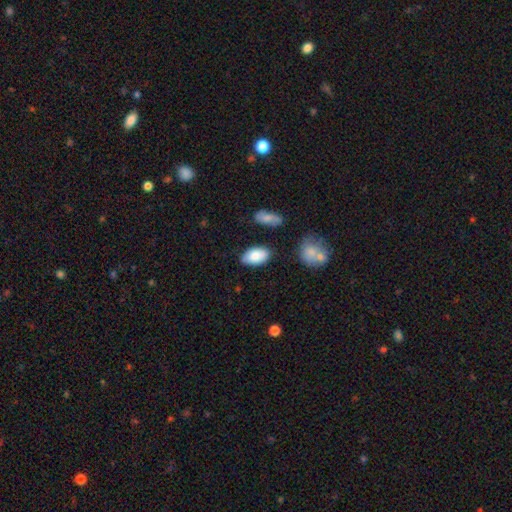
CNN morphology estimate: Smooth or featured: smooth — 84% (featured or disk — 10%)
How rounded: in between — 94% (round — 4%)
Merging: none — 79% (minor disturbance — 15%)